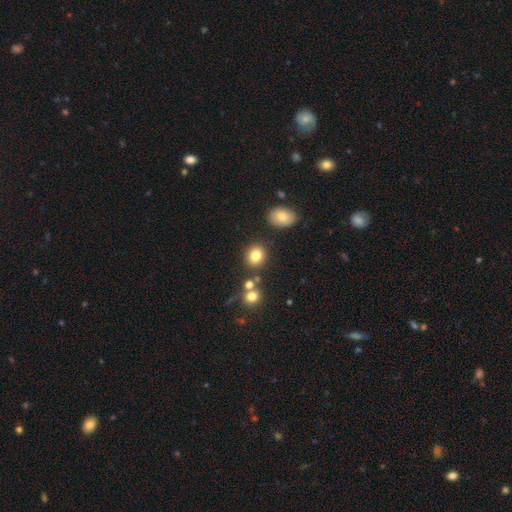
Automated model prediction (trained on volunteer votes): A smooth galaxy with no disk features (80%) that is round (69%). Merging: none (80%).